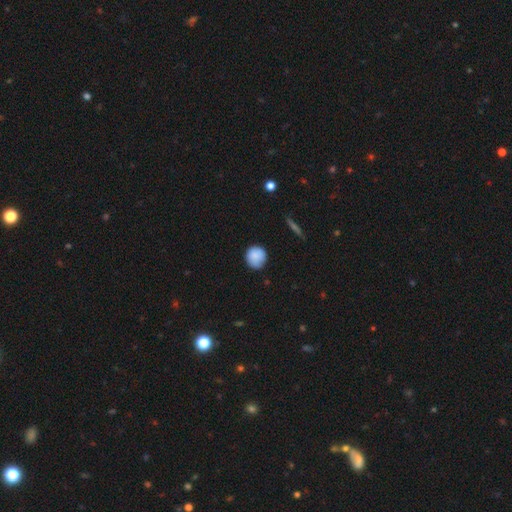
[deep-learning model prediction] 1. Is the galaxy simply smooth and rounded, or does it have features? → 87% smooth, 7% star or artifact, 6% featured or disk.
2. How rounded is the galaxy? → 92% round, 7% in between, 1% cigar-shaped.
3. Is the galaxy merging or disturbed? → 81% none, 16% minor disturbance, 2% major disturbance, 1% merger.